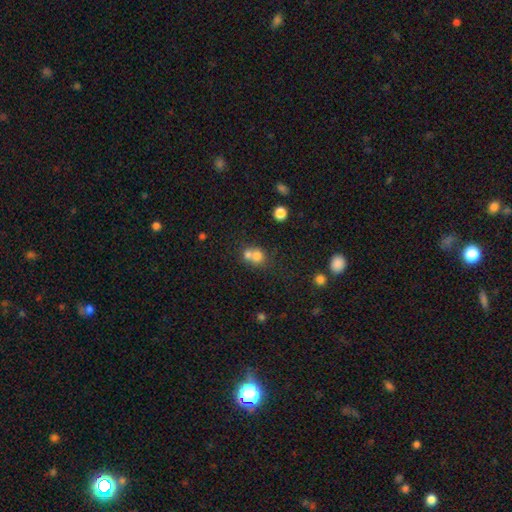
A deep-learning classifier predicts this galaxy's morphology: A smooth galaxy with no disk features (73%) that is round (77%).

Vote fractions:
- Smooth or featured? smooth: 73% / featured or disk: 14% / star or artifact: 13%
- How rounded? round: 77% / in between: 22% / cigar-shaped: 1%
- Merging? merger: 60% / none: 31% / minor disturbance: 6% / major disturbance: 3%